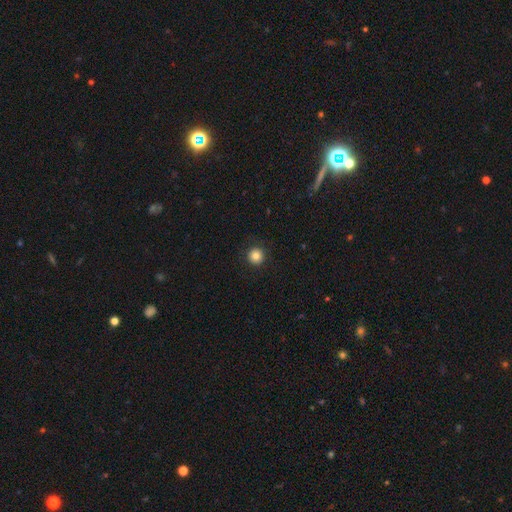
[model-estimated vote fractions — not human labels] smooth-or-featured: smooth: 84% | star or artifact: 11% | featured or disk: 5%
  how-rounded: round: 96% | in between: 3% | cigar-shaped: 1%
  merging: none: 90% | minor disturbance: 6% | major disturbance: 2% | merger: 1%